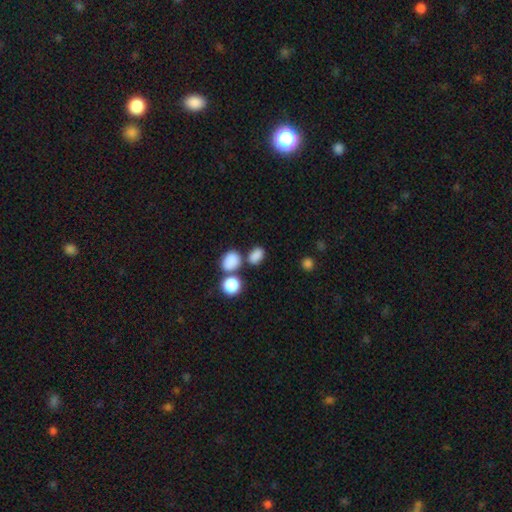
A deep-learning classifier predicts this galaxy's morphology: The model was most divided on "merging": none: 60%, merger: 22%, minor disturbance: 13%, major disturbance: 5%. More confident: smooth or featured — smooth (84%); how rounded — in between (74%).